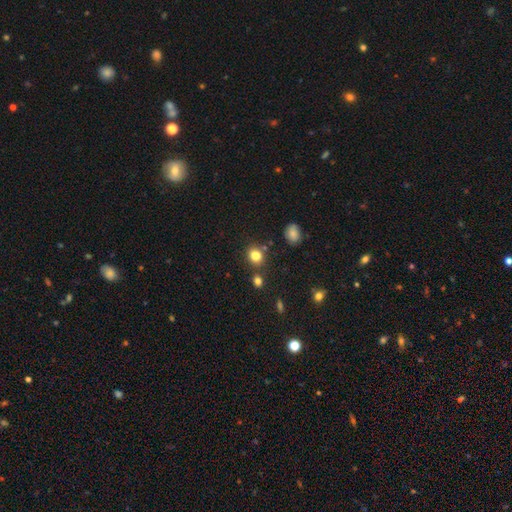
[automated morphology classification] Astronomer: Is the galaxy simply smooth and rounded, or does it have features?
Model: smooth — 82%.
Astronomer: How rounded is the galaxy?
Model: round — 68%.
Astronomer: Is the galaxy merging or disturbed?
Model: none — 78%.